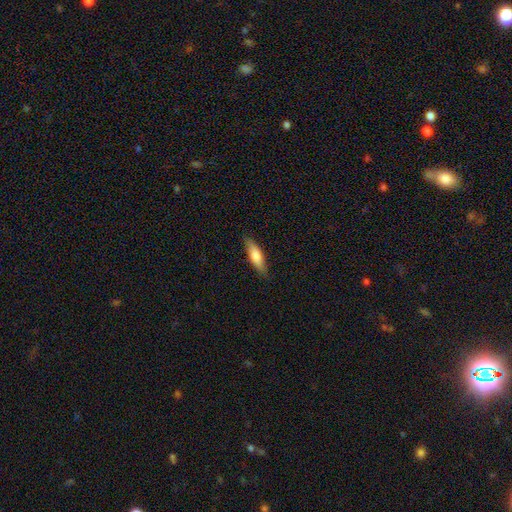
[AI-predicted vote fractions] A smooth galaxy with no disk features (72%) that is cigar-shaped (59%).

Vote fractions:
- Smooth or featured? smooth: 72% / featured or disk: 22% / star or artifact: 6%
- How rounded? cigar-shaped: 59% / in between: 39% / round: 2%
- Merging? none: 82% / minor disturbance: 14% / major disturbance: 3% / merger: 1%